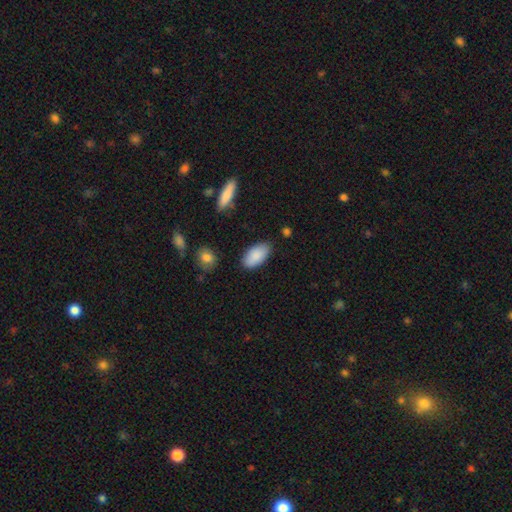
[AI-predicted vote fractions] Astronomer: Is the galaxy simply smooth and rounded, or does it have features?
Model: smooth — 88%.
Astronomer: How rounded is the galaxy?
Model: in between — 94%.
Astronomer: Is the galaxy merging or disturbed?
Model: none — 82%.